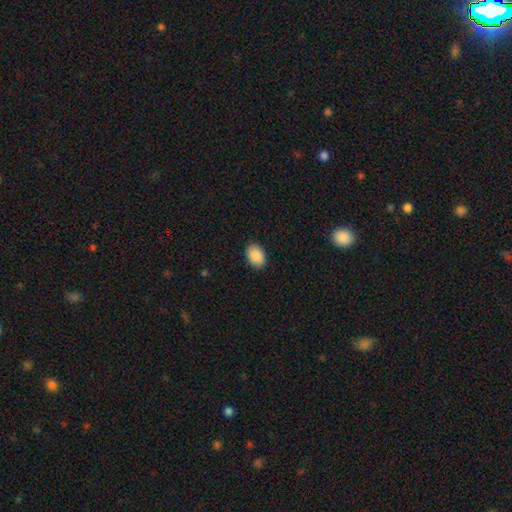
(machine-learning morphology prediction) A smooth galaxy with no disk features (90%) that is in between round and cigar-shaped (81%).

Vote fractions:
- Smooth or featured? smooth: 90% / star or artifact: 7% / featured or disk: 3%
- How rounded? in between: 81% / round: 18% / cigar-shaped: 1%
- Merging? none: 89% / minor disturbance: 8% / major disturbance: 2% / merger: 1%